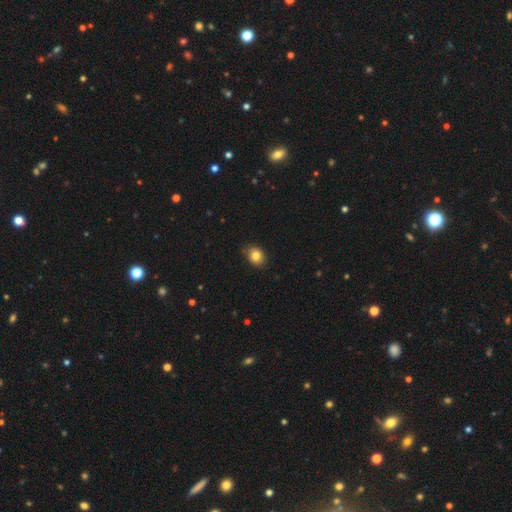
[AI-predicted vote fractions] Smooth or featured?
  - smooth: 83% *
  - star or artifact: 10%
  - featured or disk: 7%
How rounded?
  - in between: 50% *
  - round: 49%
  - cigar-shaped: 1%
Merging?
  - none: 82% *
  - minor disturbance: 14%
  - major disturbance: 2%
  - merger: 1%